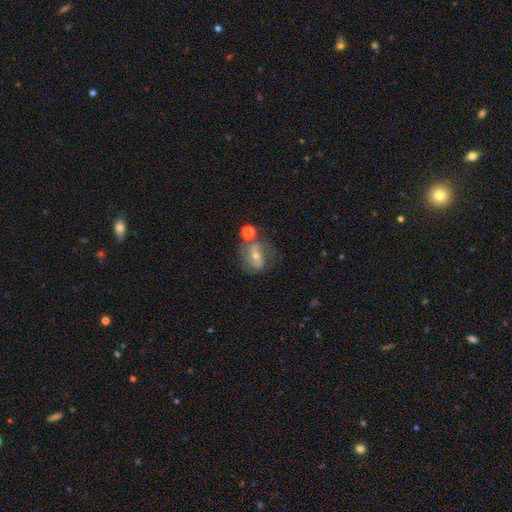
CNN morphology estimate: type=featured or disk (58%); edge-on=no (94%); bar=strong (35%); spiral arms=yes (76%); bulge=small (50%); merging=none (51%).